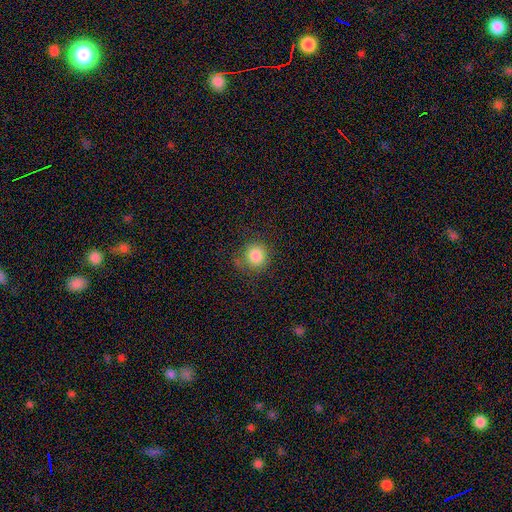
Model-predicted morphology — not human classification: Q: Smooth or featured?
A: smooth (84%); runner-up: star or artifact (11%)
Q: How rounded?
A: round (91%); runner-up: in between (8%)
Q: Merging?
A: none (81%); runner-up: minor disturbance (12%)